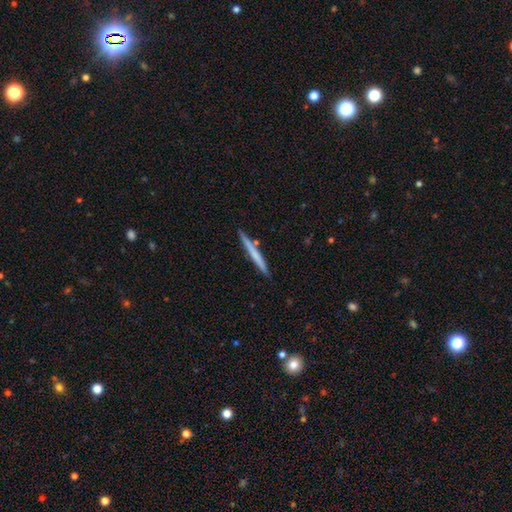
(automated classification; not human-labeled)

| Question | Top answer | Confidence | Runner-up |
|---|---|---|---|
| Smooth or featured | smooth | 59% | featured or disk (36%) |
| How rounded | cigar-shaped | 97% | in between (2%) |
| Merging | none | 84% | minor disturbance (9%) |